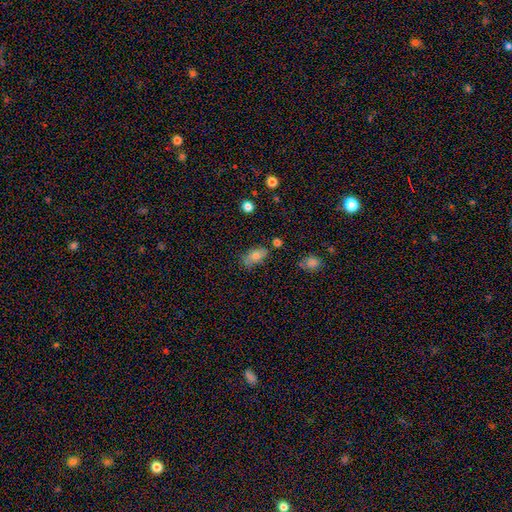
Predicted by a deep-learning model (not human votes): Morphology: type=smooth (68%); roundness=in between (88%); merging=none (68%).